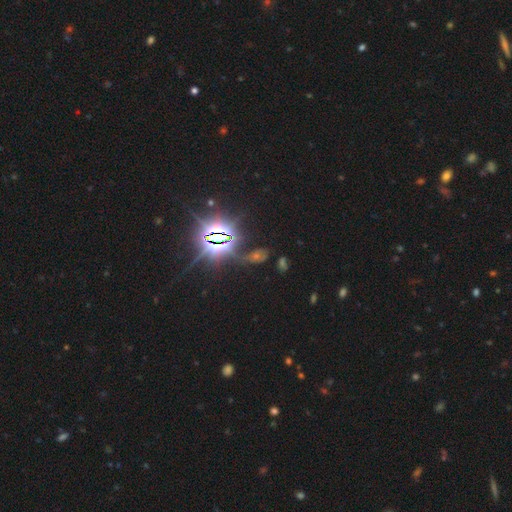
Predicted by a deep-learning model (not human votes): Morphology: type=star or artifact (75%).